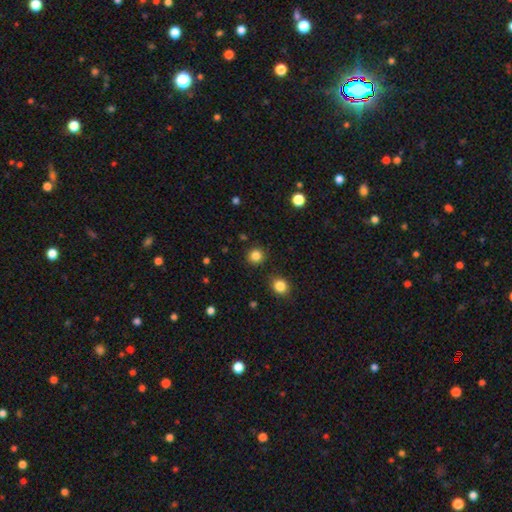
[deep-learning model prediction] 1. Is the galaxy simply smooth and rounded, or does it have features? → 84% smooth, 12% star or artifact, 4% featured or disk.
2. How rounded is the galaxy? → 92% round, 7% in between, 1% cigar-shaped.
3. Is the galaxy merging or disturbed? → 91% none, 6% minor disturbance, 2% major disturbance, 2% merger.